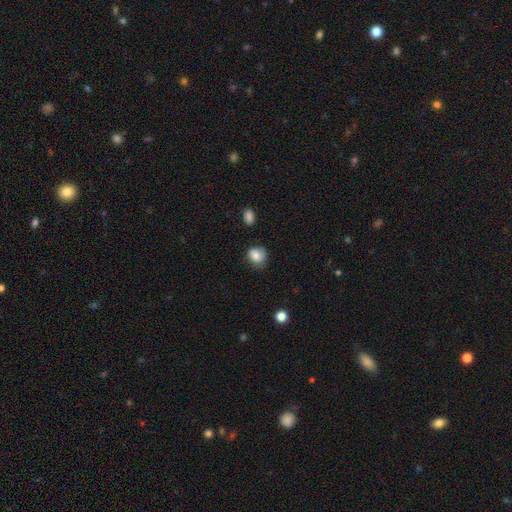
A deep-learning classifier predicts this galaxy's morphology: Smooth or featured: smooth — 79% (featured or disk — 12%)
How rounded: round — 72% (in between — 27%)
Merging: none — 63% (minor disturbance — 28%)